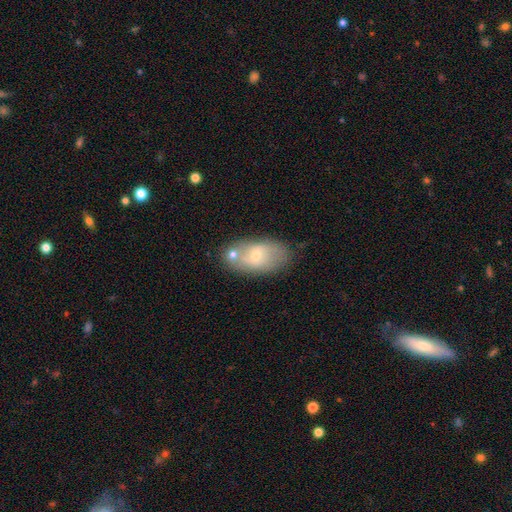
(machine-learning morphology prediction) A smooth galaxy with no disk features (49%).

Vote fractions:
- Smooth or featured? smooth: 49% / featured or disk: 43% / star or artifact: 8%
- Merging? none: 64% / minor disturbance: 17% / merger: 14% / major disturbance: 5%